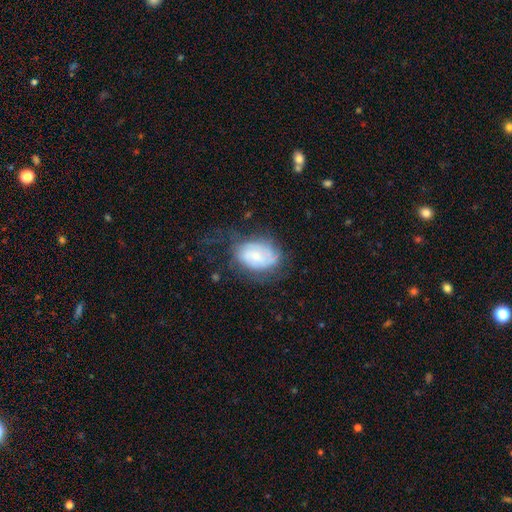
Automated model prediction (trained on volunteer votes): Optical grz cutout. It shows a featured or disk galaxy (52%). Merging: none (46%).